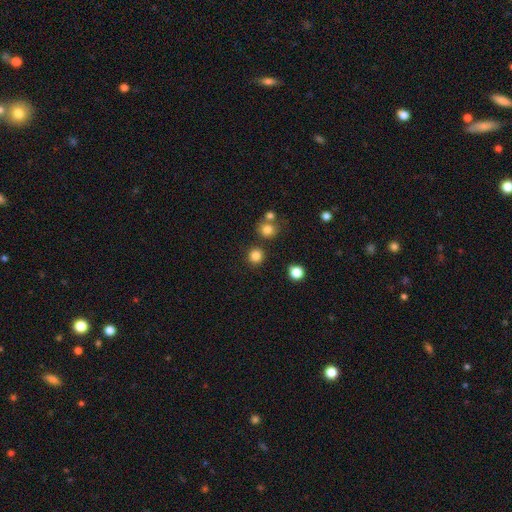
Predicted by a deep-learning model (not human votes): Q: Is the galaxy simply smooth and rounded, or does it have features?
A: smooth — 82%.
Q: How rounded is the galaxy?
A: round — 93%.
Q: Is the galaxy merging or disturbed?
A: none — 85%.